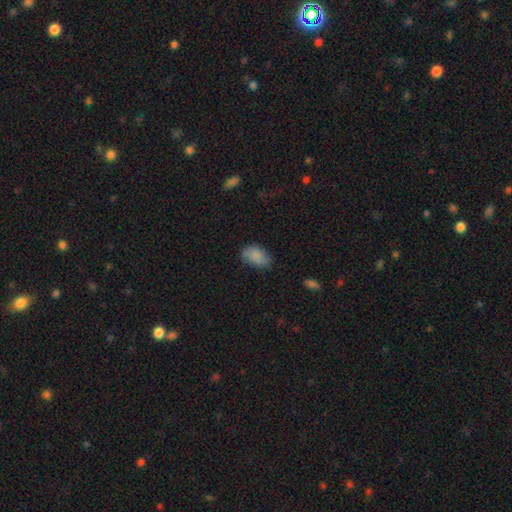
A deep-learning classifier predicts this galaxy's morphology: Smooth or featured? smooth (84%)
How rounded? in between (88%)
Merging? none (73%)